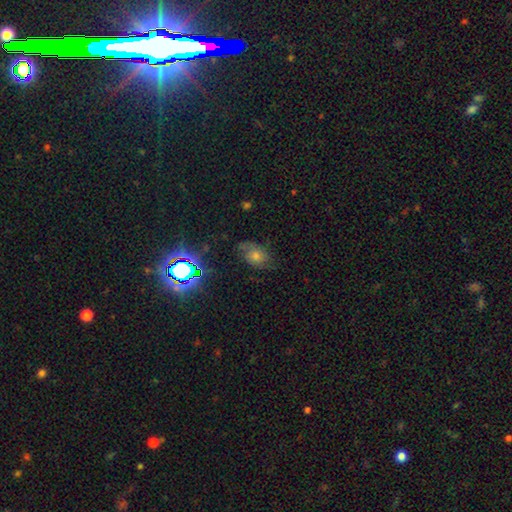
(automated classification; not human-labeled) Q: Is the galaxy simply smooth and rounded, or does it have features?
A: smooth — 42%.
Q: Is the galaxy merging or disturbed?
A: none — 62%.